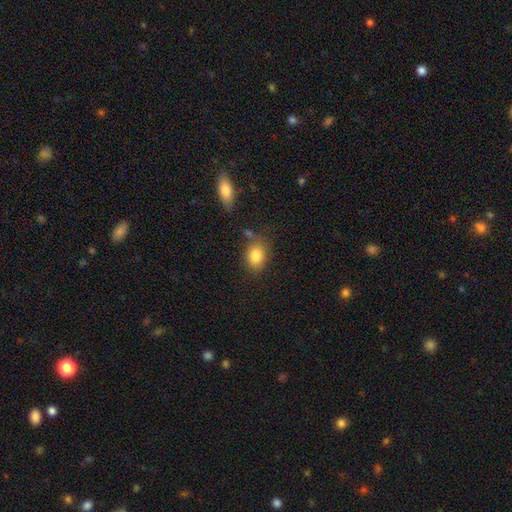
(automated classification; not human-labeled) A smooth galaxy with no disk features (83%) that is in between round and cigar-shaped (66%). Merging: none (70%).